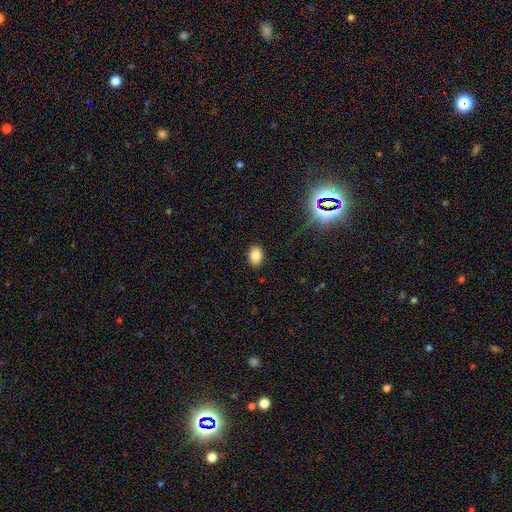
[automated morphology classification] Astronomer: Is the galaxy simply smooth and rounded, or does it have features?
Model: smooth — 83%.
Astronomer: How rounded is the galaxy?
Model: in between — 79%.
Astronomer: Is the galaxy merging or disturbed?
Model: none — 89%.